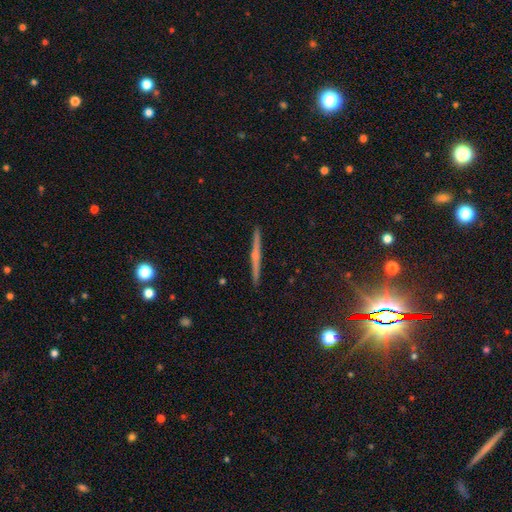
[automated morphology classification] Smooth or featured: featured or disk — 68% (smooth — 23%)
Edge-on disk: yes — 98% (no — 2%)
Edge-on bulge: rounded — 61% (none — 32%)
Merging: none — 92% (minor disturbance — 6%)